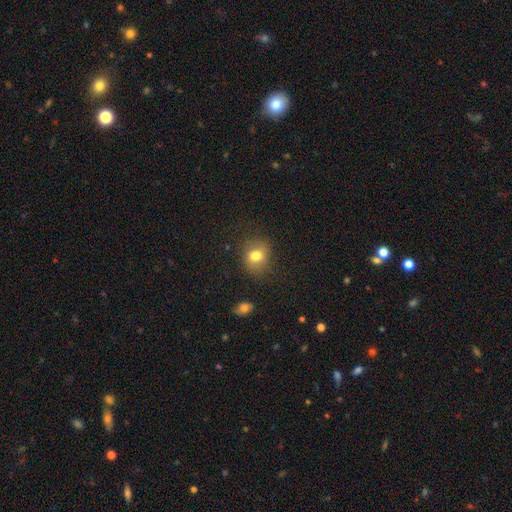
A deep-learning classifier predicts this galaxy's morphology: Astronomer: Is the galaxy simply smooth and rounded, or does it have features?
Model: smooth — 78%.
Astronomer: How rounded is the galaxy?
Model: round — 54% (runner-up: in between, 45%).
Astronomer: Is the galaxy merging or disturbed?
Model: none — 70%.